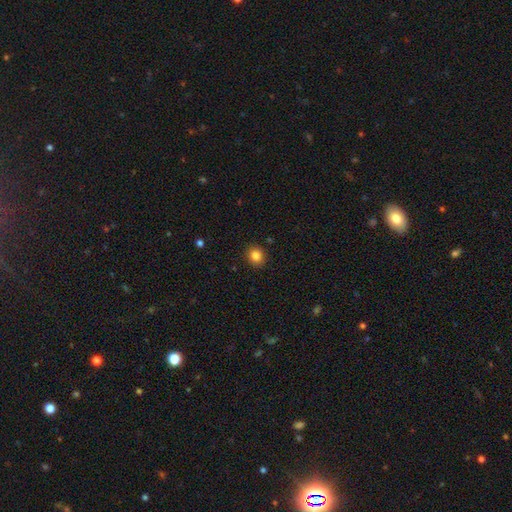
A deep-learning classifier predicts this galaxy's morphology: smooth_or_featured: smooth (p=0.84) [alt: star or artifact p=0.11]
how_rounded: round (p=0.84) [alt: in between p=0.16]
merging: none (p=0.90) [alt: minor disturbance p=0.07]